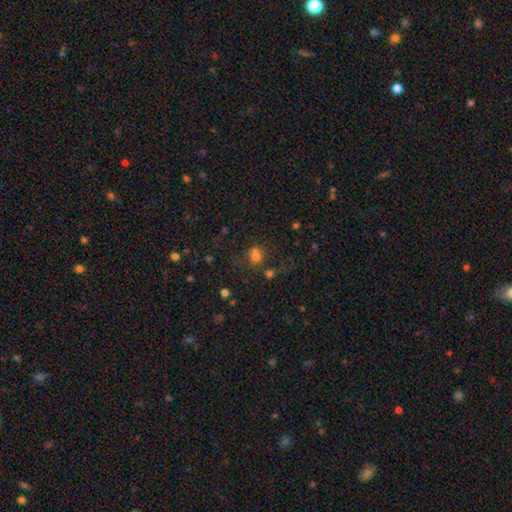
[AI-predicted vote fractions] This is likely a smooth galaxy (69%). How rounded: likely round (72%). Merging: possibly none (52%).